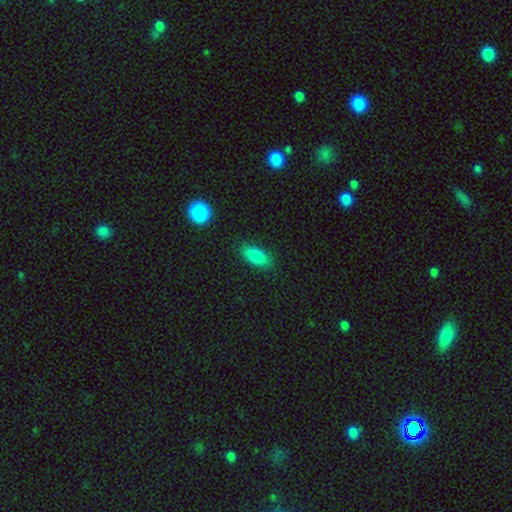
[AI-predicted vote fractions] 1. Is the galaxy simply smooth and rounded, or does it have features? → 83% smooth, 9% featured or disk, 8% star or artifact.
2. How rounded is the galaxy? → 82% in between, 14% cigar-shaped, 4% round.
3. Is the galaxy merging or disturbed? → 84% none, 12% minor disturbance, 3% major disturbance, 2% merger.